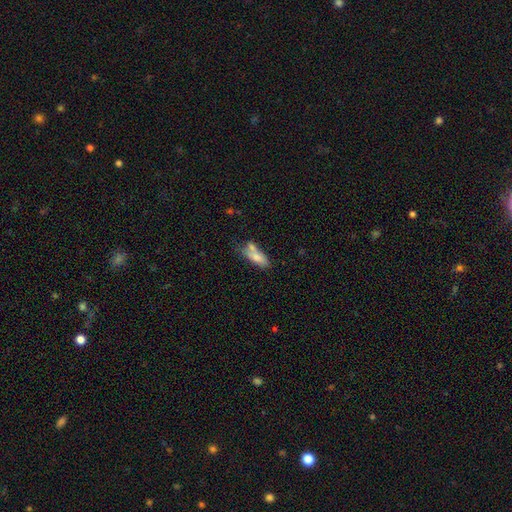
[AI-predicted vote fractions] Smooth or featured? Predicted: smooth (p=0.72). How rounded? Predicted: in between (p=0.67). Merging? Predicted: none (p=0.41).